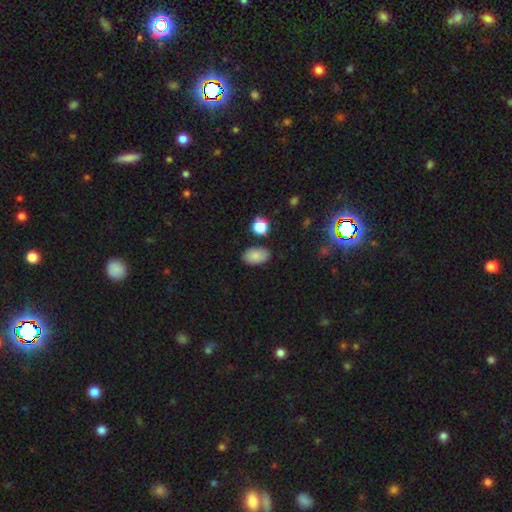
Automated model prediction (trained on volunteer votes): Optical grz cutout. It shows a smooth galaxy with no disk features (83%) that is in between round and cigar-shaped (90%). Merging: none (82%).